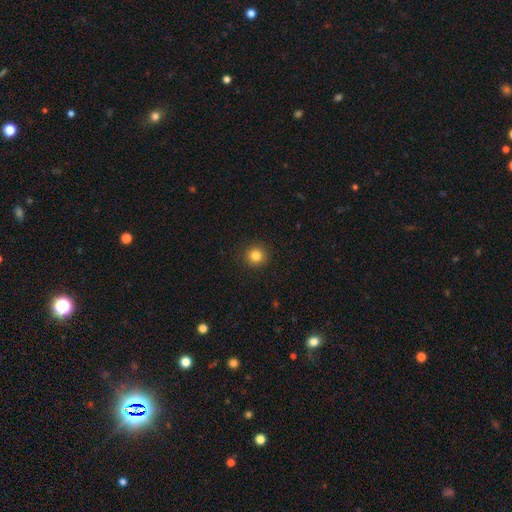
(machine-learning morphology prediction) Overall: smooth (83%). How rounded: round (94%). Merging: none (92%).